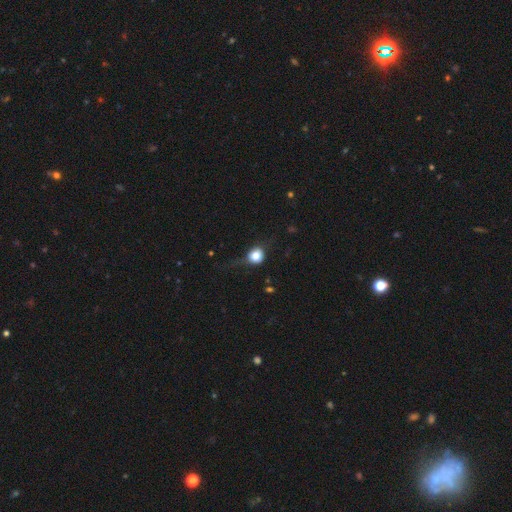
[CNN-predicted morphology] A smooth galaxy with no disk features (72%) that is round (85%).

Vote fractions:
- Smooth or featured? smooth: 72% / featured or disk: 17% / star or artifact: 12%
- How rounded? round: 85% / in between: 14% / cigar-shaped: 1%
- Merging? none: 57% / minor disturbance: 25% / major disturbance: 16% / merger: 2%